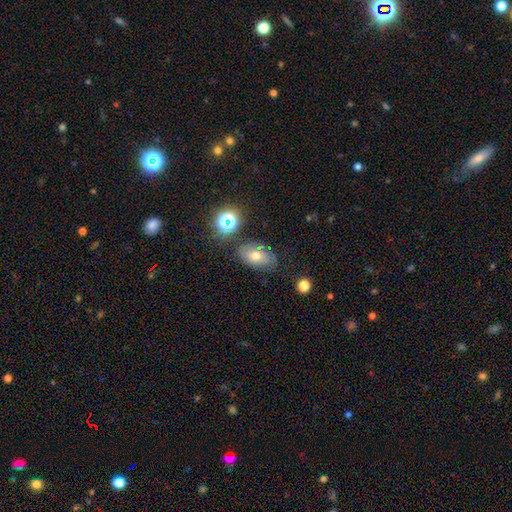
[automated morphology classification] A smooth galaxy with no disk features (61%) that is in between round and cigar-shaped (84%). Merging: none (74%).